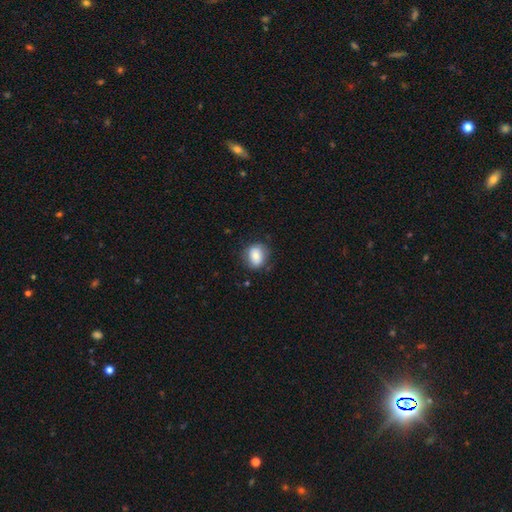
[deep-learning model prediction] smooth_or_featured: smooth (p=0.73) [alt: featured or disk p=0.19]
how_rounded: round (p=0.58) [alt: in between p=0.41]
merging: none (p=0.74) [alt: minor disturbance p=0.19]